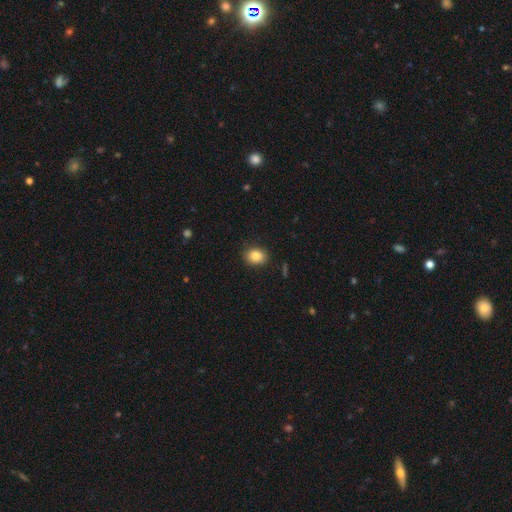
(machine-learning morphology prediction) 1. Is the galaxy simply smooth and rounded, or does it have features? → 86% smooth, 9% star or artifact, 5% featured or disk.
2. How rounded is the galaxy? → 53% in between, 46% round, 1% cigar-shaped.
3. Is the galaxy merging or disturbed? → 86% none, 10% minor disturbance, 3% major disturbance, 1% merger.